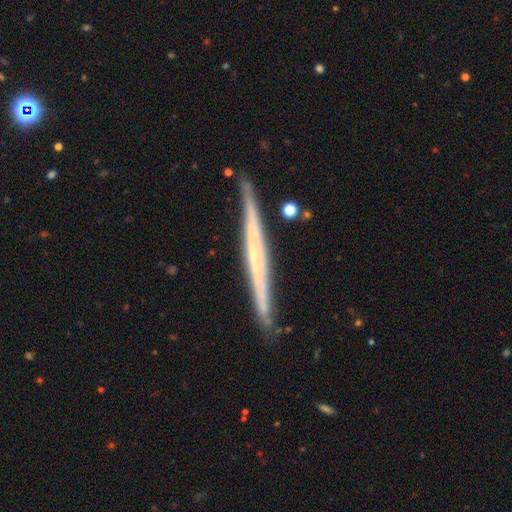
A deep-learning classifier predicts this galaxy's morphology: This is likely a featured or disk galaxy (66%). It is clearly viewed edge-on (96%). Edge-on bulge: clearly none (82%). Merging: clearly none (84%).